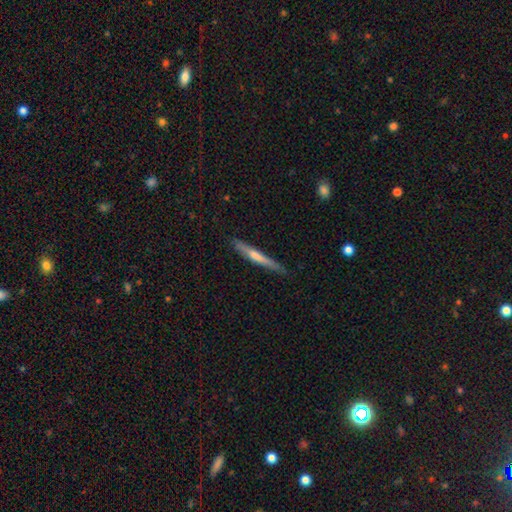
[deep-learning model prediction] Smooth or featured? Predicted: featured or disk (p=0.61). Edge-on disk? Predicted: yes (p=0.97). Edge-on bulge? Predicted: rounded (p=0.66). Merging? Predicted: none (p=0.87).